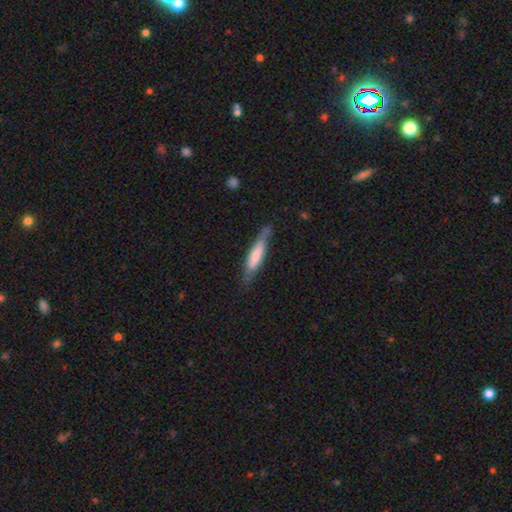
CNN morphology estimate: smooth_or_featured: smooth (p=0.60) [alt: featured or disk p=0.34]
how_rounded: cigar-shaped (p=0.82) [alt: in between p=0.16]
merging: none (p=0.69) [alt: minor disturbance p=0.23]